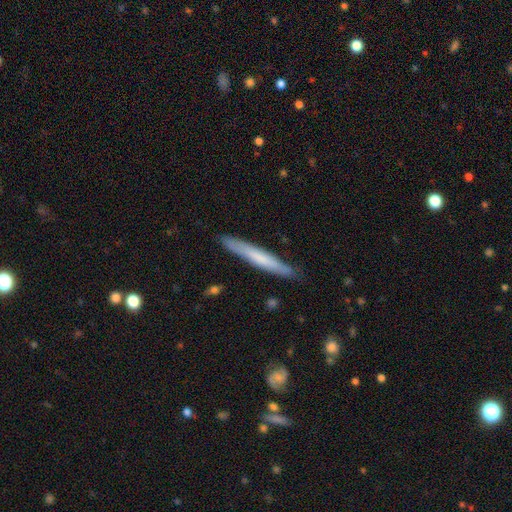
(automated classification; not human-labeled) smooth 54%, featured or disk 40%, star or artifact 6%. Down the decision tree: how rounded — cigar-shaped (96%); merging — none (88%).